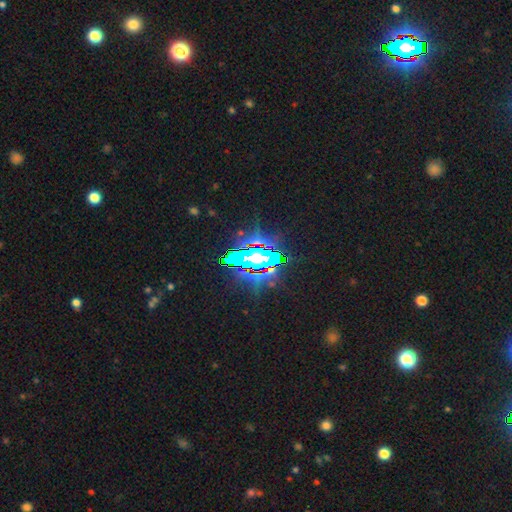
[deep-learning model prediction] Smooth or featured? star or artifact (84%)